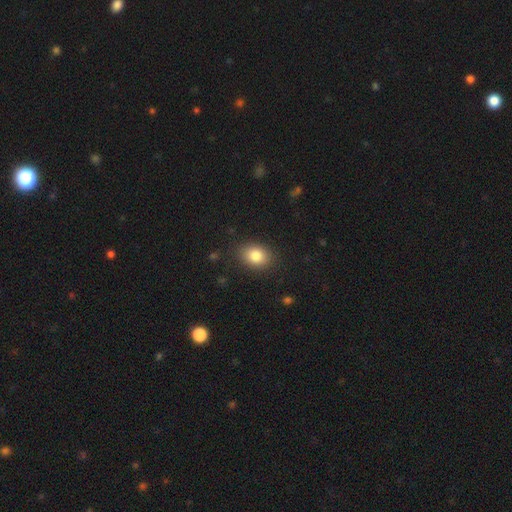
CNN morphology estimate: Smooth or featured: smooth — 83% (star or artifact — 9%)
How rounded: in between — 64% (round — 35%)
Merging: none — 86% (minor disturbance — 10%)